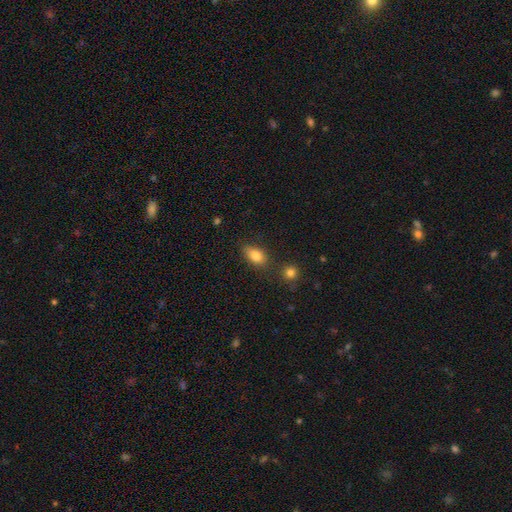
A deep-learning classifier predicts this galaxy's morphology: type=smooth (81%); roundness=in between (85%); merging=none (71%).